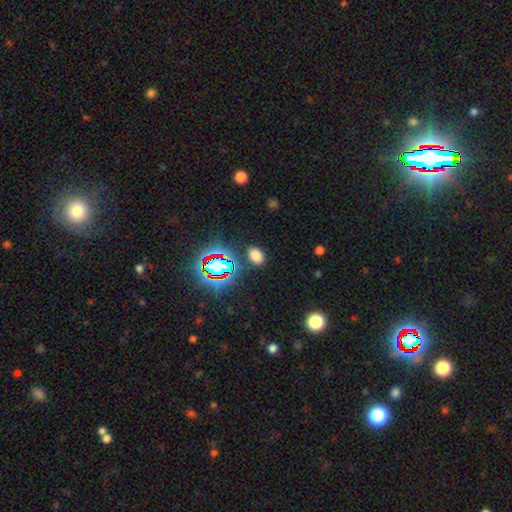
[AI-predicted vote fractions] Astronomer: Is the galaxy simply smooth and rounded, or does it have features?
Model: smooth — 71%.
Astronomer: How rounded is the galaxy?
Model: in between — 80%.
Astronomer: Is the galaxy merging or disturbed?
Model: none — 85%.